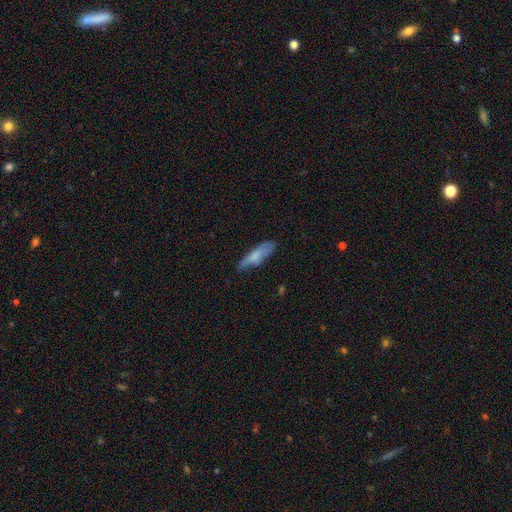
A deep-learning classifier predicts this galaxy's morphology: A smooth galaxy with no disk features (71%) that is cigar-shaped (62%). Merging: none (56%).